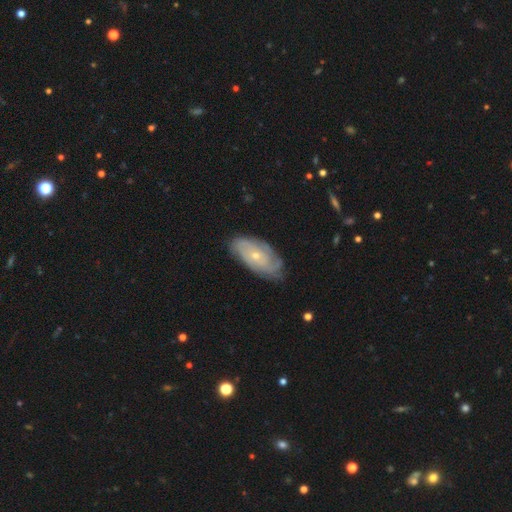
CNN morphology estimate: Q: Smooth or featured?
A: featured or disk (73%); runner-up: smooth (21%)
Q: Edge-on disk?
A: no (92%); runner-up: yes (8%)
Q: Bar?
A: no (79%); runner-up: weak (18%)
Q: Spiral arms?
A: yes (89%); runner-up: no (11%)
Q: Spiral winding?
A: tight (67%); runner-up: medium (25%)
Q: Spiral arm count?
A: can't tell (46%); runner-up: 2 (19%)
Q: Bulge size?
A: small (68%); runner-up: moderate (29%)
Q: Merging?
A: none (74%); runner-up: minor disturbance (20%)